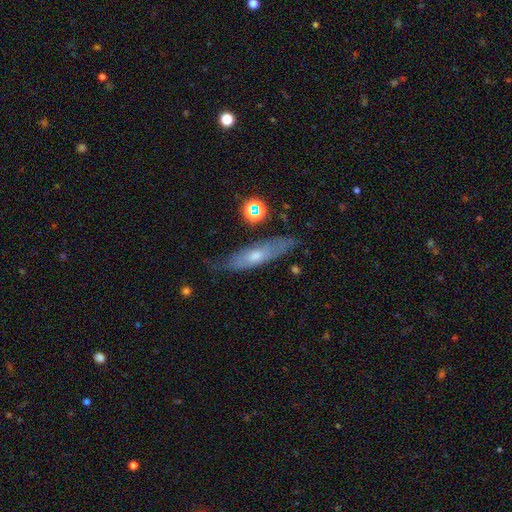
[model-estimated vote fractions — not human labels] This appears to be a featured or disk galaxy (53%) viewed edge-on (53%). Merging: none (71%).